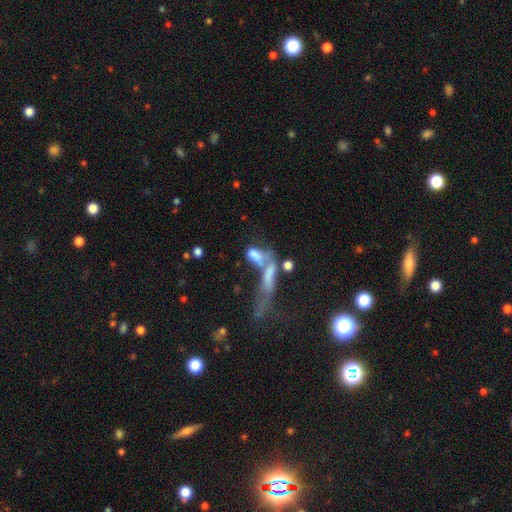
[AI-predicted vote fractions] Smooth or featured: smooth — 56% (featured or disk — 31%)
How rounded: in between — 66% (cigar-shaped — 25%)
Merging: merger — 60% (major disturbance — 19%)